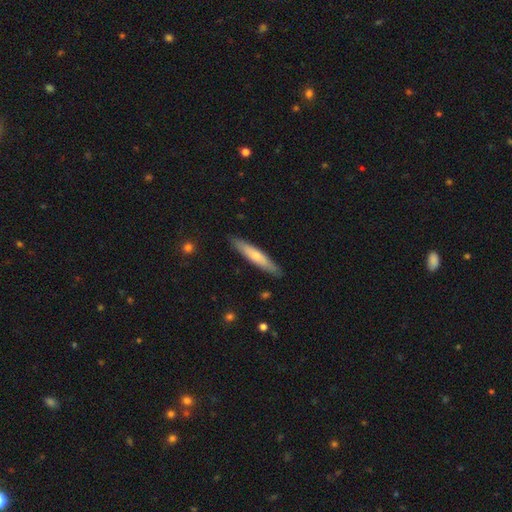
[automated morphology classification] This appears to be a smooth galaxy with no disk features (63%) that is cigar-shaped (91%). Merging: none (89%).